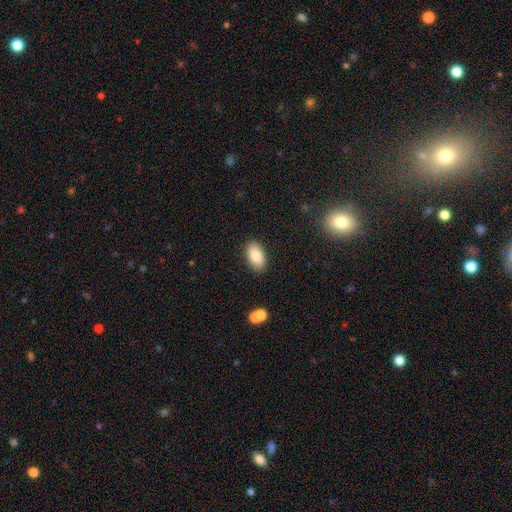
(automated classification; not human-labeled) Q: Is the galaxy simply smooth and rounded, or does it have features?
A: smooth — 84%.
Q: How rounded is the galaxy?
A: in between — 93%.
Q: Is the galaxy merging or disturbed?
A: none — 88%.